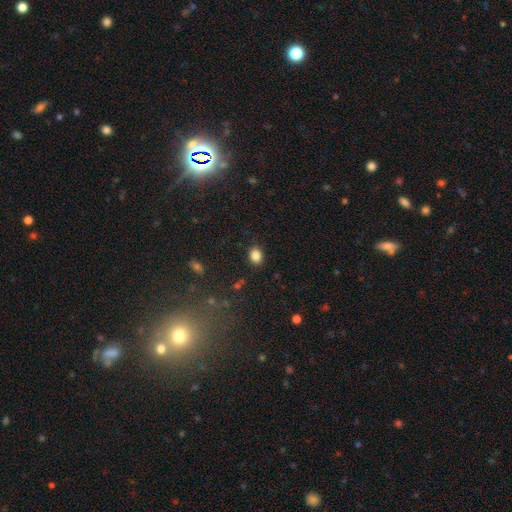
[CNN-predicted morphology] This appears to be a smooth galaxy with no disk features (85%) that is in between round and cigar-shaped (59%). Merging: none (87%).